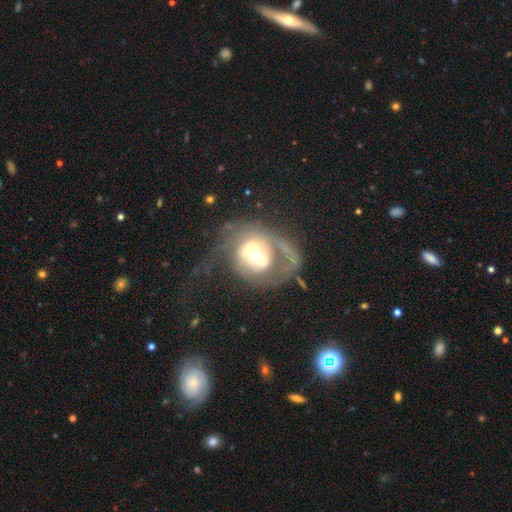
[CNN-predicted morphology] A featured or disk galaxy (63%) with no bar (61%), spiral arms (50%, tied with no) and a moderate central bulge (56%).

Vote fractions:
- Smooth or featured? featured or disk: 63% / smooth: 28% / star or artifact: 9%
- Edge-on disk? no: 96% / yes: 4%
- Bar? no: 61% / weak: 27% / strong: 12%
- Spiral arms? yes: 50% (tied) / no: 50% (tied)
- Bulge size? moderate: 56% / large: 20% / small: 17% / dominant: 4% / none: 3%
- Merging? merger: 47% / major disturbance: 29% / none: 15% / minor disturbance: 8%